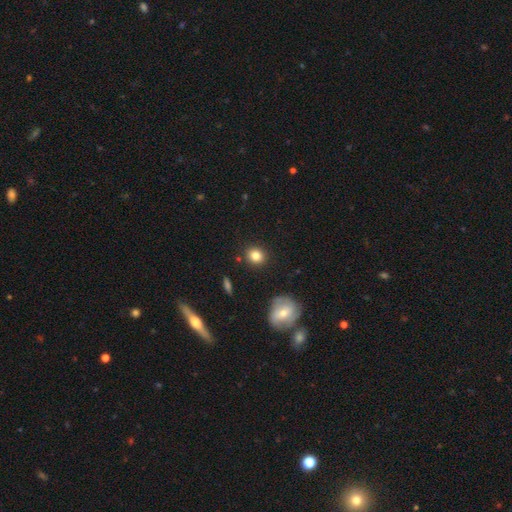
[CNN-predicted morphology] The model was most divided on "how rounded": round: 80%, in between: 19%, cigar-shaped: 1%. More confident: merging — none (88%); smooth or featured — smooth (83%).